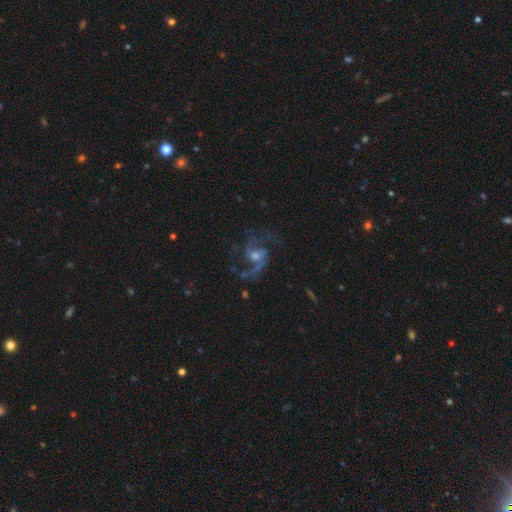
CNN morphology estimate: Smooth or featured: featured or disk — 87% (star or artifact — 8%)
Edge-on disk: no — 98% (yes — 2%)
Bar: no — 48% (weak — 42%)
Spiral arms: yes — 96% (no — 4%)
Spiral winding: loose — 46% (tied with medium — 46%)
Spiral arm count: 2 — 85% (3 — 5%)
Bulge size: moderate — 50% (small — 40%)
Merging: none — 67% (major disturbance — 16%)